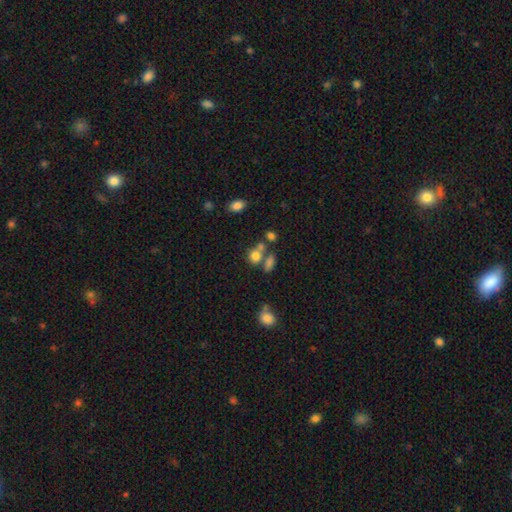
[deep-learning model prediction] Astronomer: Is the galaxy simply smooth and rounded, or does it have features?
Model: smooth — 76%.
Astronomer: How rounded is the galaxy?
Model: round — 65%.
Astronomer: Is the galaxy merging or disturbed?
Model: none — 45% (runner-up: merger, 36%).